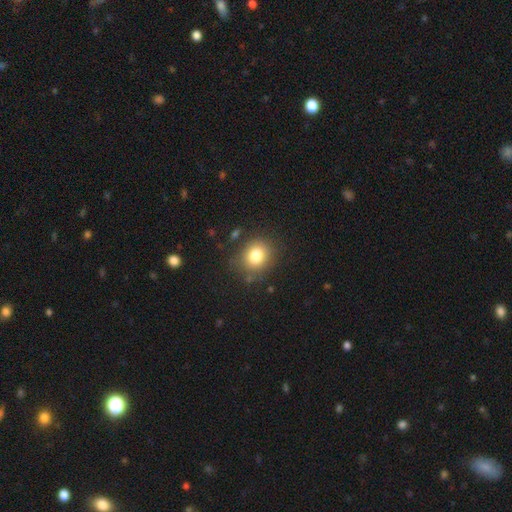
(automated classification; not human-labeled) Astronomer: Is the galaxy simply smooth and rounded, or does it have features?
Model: smooth — 80%.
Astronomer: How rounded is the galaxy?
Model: round — 71%.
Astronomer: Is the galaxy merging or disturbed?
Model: none — 82%.